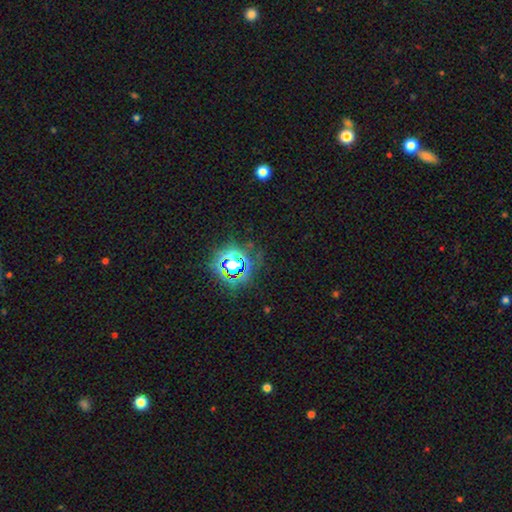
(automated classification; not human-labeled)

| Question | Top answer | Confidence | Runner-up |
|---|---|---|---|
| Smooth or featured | star or artifact | 80% | smooth (13%) |